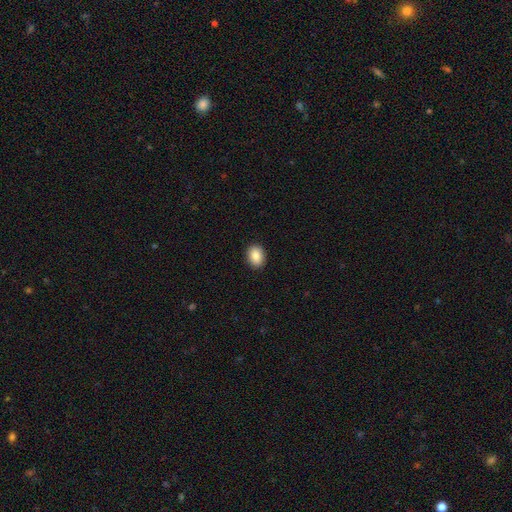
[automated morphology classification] smooth-or-featured: smooth: 88% | star or artifact: 8% | featured or disk: 4%
  how-rounded: in between: 70% | round: 29% | cigar-shaped: 1%
  merging: none: 90% | minor disturbance: 7% | major disturbance: 2% | merger: 1%